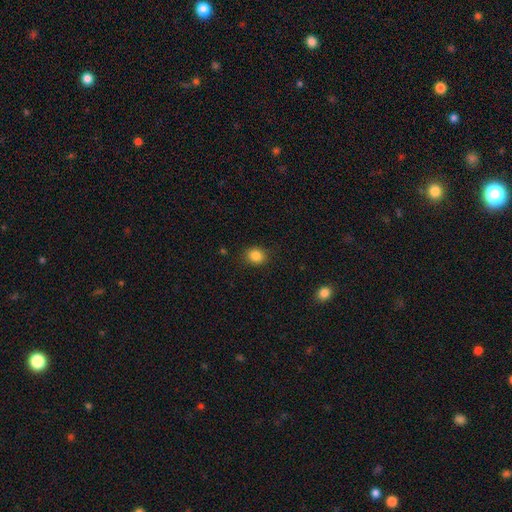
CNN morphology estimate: smooth 85%, star or artifact 10%, featured or disk 5%. Down the decision tree: how rounded — round (68%); merging — none (86%).